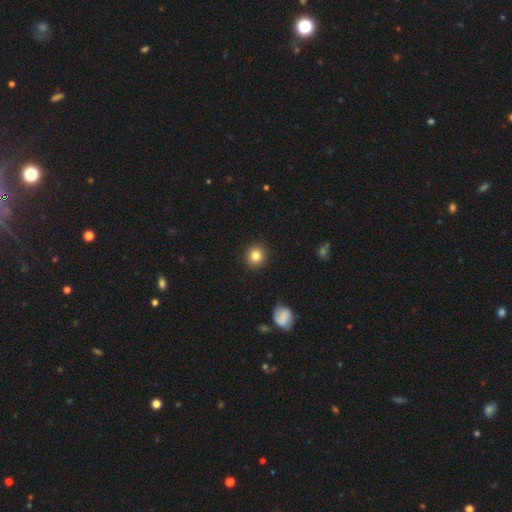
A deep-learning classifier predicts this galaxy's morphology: Q: Smooth or featured?
A: smooth (82%); runner-up: star or artifact (11%)
Q: How rounded?
A: round (92%); runner-up: in between (7%)
Q: Merging?
A: none (92%); runner-up: minor disturbance (5%)